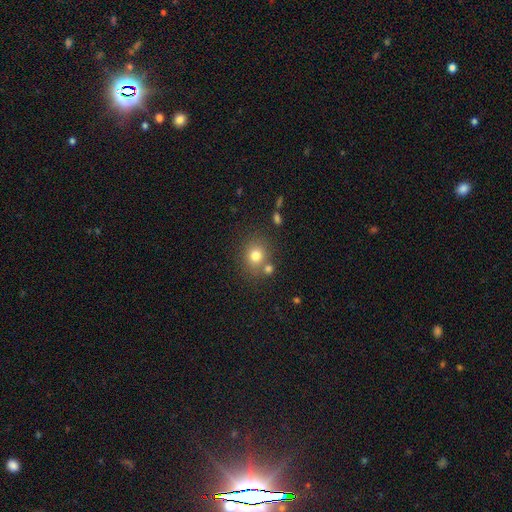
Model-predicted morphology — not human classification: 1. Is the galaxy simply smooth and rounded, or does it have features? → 77% smooth, 13% star or artifact, 10% featured or disk.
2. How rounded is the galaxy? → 75% round, 24% in between, 1% cigar-shaped.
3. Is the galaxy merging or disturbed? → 69% none, 17% merger, 11% minor disturbance, 4% major disturbance.